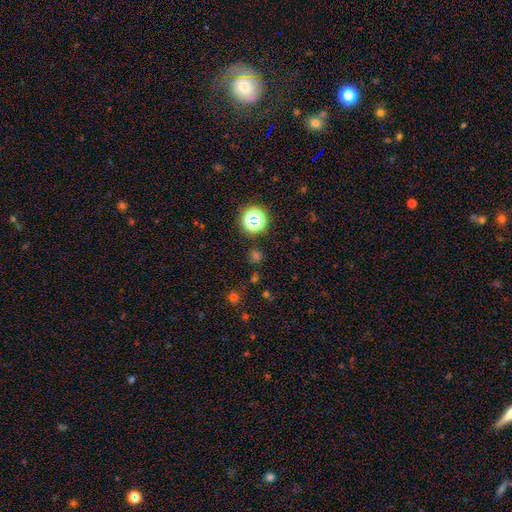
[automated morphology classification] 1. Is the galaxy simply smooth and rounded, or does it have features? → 47% smooth (tied), 47% star or artifact (tied), 6% featured or disk.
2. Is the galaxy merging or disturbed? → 83% none, 8% minor disturbance, 5% merger, 4% major disturbance.